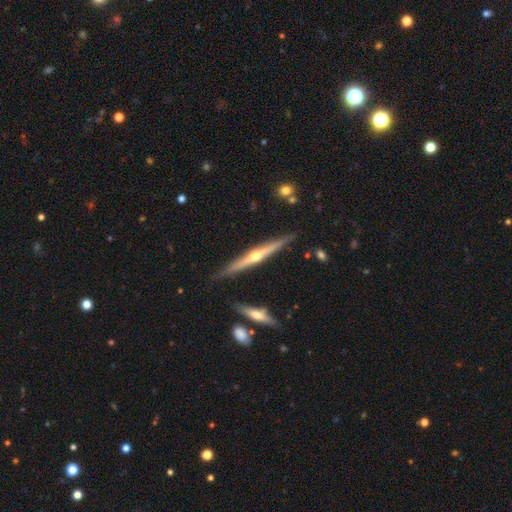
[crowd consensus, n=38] Smooth or featured: featured or disk — 76% (smooth — 18%)
Edge-on disk: yes — 97% (no — 3%)
Edge-on bulge: rounded — 93% (none — 7%)
Merging: none — 89% (minor disturbance — 8%)